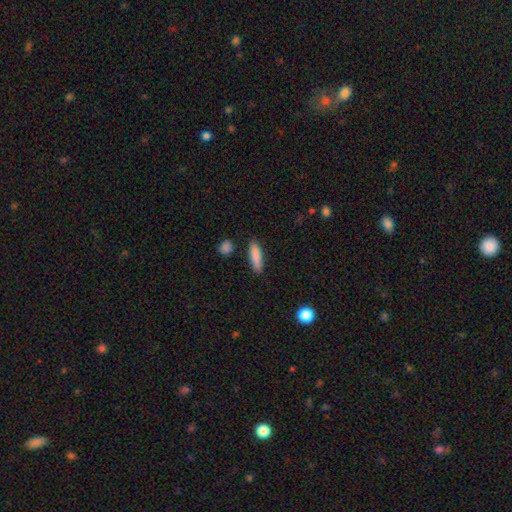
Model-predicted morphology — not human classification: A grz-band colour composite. It shows a smooth galaxy with no disk features (85%) that is cigar-shaped (68%). Merging: none (87%).